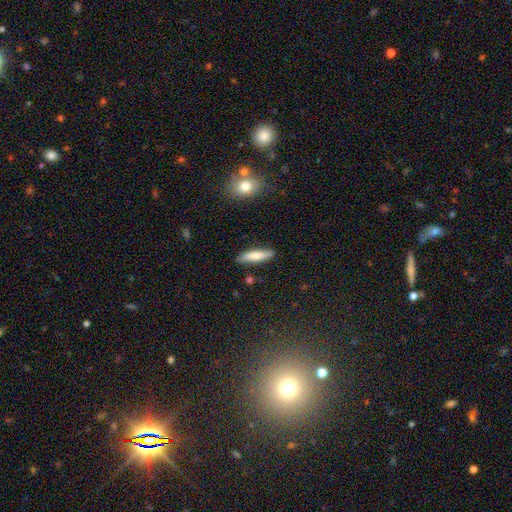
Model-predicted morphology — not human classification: Q: Smooth or featured?
A: smooth (73%); runner-up: featured or disk (21%)
Q: How rounded?
A: cigar-shaped (75%); runner-up: in between (23%)
Q: Merging?
A: none (85%); runner-up: minor disturbance (11%)